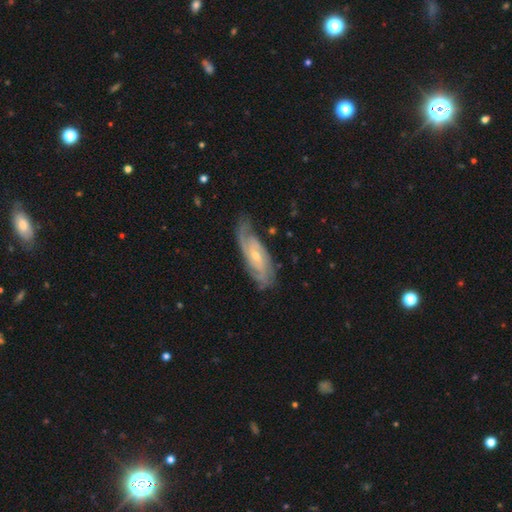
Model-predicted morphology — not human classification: Smooth or featured? Predicted: featured or disk (p=0.85). Edge-on disk? Predicted: no (p=0.90). Bar? Predicted: no (p=0.51). Spiral arms? Predicted: yes (p=0.96). Spiral winding? Predicted: tight (p=0.53). Spiral arm count? Predicted: 2 (p=0.36). Bulge size? Predicted: small (p=0.65). Merging? Predicted: none (p=0.73).